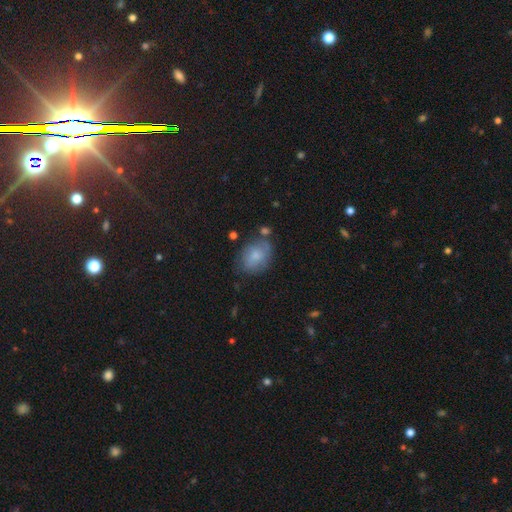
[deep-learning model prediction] A smooth galaxy with no disk features (71%) that is in between round and cigar-shaped (67%). Merging: none (61%).